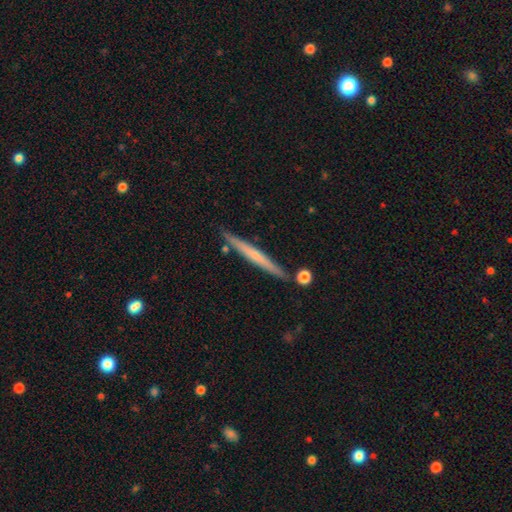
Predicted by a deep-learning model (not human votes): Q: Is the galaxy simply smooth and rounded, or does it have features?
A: featured or disk — 53%.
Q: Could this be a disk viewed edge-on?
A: yes — 97%.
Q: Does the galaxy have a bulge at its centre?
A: none — 67%.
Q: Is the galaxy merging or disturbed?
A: none — 85%.